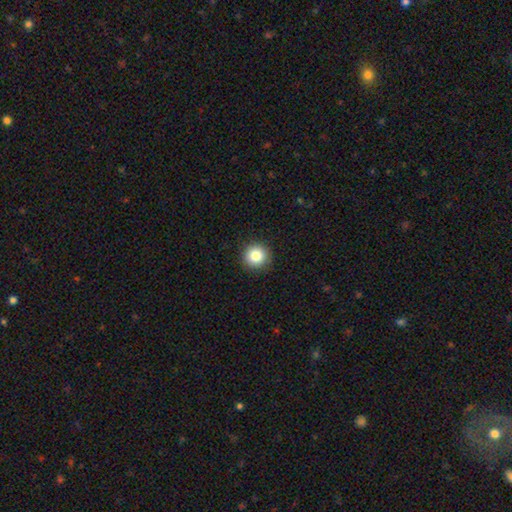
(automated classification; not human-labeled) A smooth galaxy with no disk features (84%) that is round (94%). Merging: none (91%).